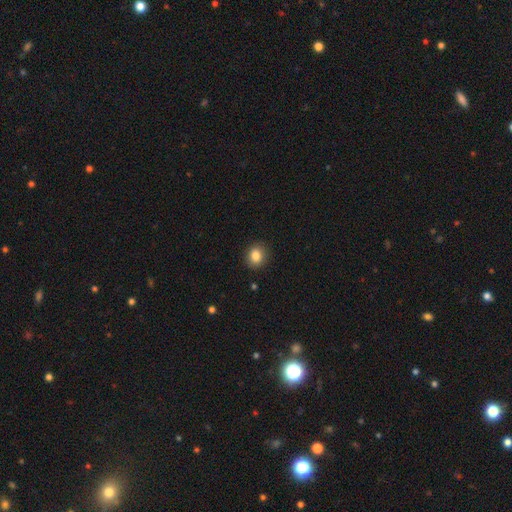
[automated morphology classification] Smooth or featured?
  - smooth: 84% *
  - star or artifact: 9%
  - featured or disk: 6%
How rounded?
  - round: 67% *
  - in between: 32%
  - cigar-shaped: 1%
Merging?
  - none: 89% *
  - minor disturbance: 8%
  - major disturbance: 2%
  - merger: 1%